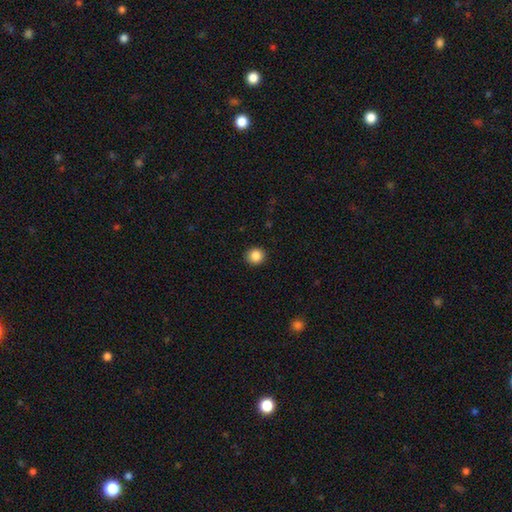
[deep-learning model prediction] Smooth or featured?
  - smooth: 86% *
  - star or artifact: 10%
  - featured or disk: 4%
How rounded?
  - round: 88% *
  - in between: 11%
  - cigar-shaped: 1%
Merging?
  - none: 92% *
  - minor disturbance: 6%
  - major disturbance: 2%
  - merger: 1%